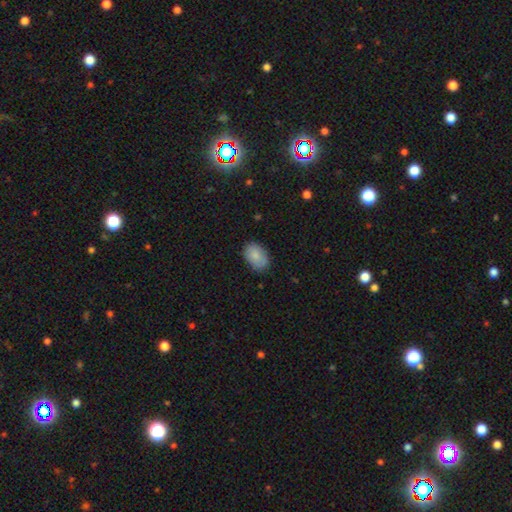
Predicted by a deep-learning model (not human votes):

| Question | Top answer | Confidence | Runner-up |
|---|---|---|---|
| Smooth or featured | smooth | 85% | featured or disk (8%) |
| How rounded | in between | 85% | round (14%) |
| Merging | none | 77% | minor disturbance (18%) |